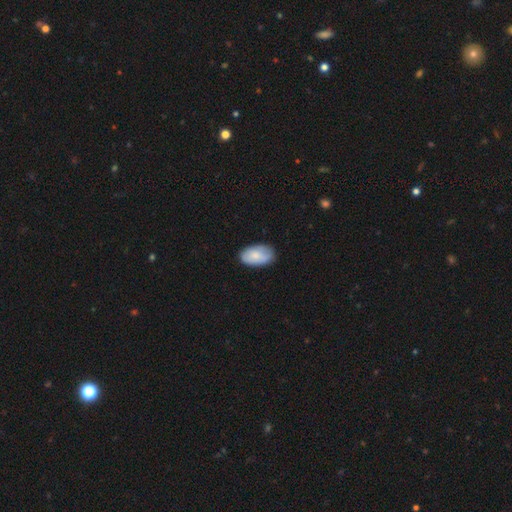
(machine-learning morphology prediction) The model was most divided on "merging": none: 80%, minor disturbance: 16%, major disturbance: 3%, merger: 1%. More confident: how rounded — in between (94%); smooth or featured — smooth (80%).